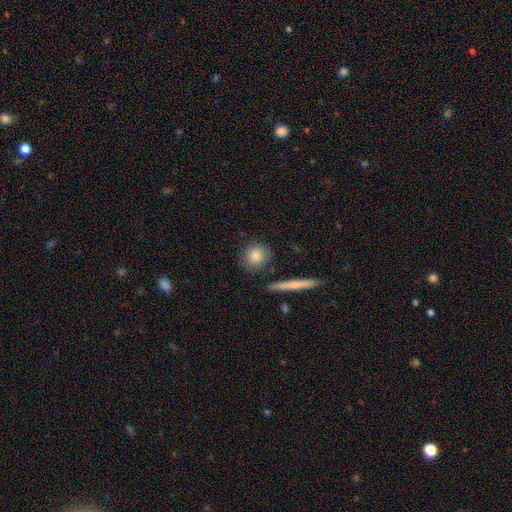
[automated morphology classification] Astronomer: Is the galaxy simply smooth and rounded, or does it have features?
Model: smooth — 83%.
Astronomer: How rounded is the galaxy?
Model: round — 81%.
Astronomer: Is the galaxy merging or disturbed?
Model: none — 82%.